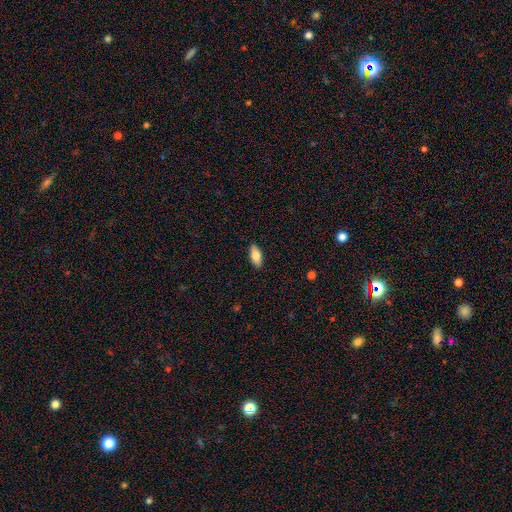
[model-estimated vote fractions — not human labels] A smooth galaxy with no disk features (79%) that is in between round and cigar-shaped (85%). Merging: none (89%).